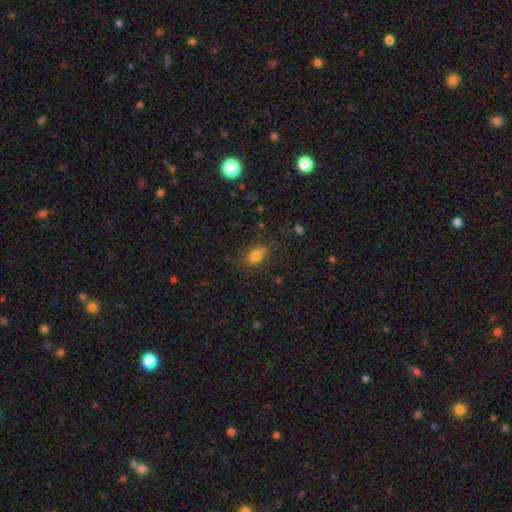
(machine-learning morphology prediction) A smooth galaxy with no disk features (79%) that is in between round and cigar-shaped (65%).

Vote fractions:
- Smooth or featured? smooth: 79% / star or artifact: 13% / featured or disk: 8%
- How rounded? in between: 65% / round: 33% / cigar-shaped: 2%
- Merging? none: 70% / minor disturbance: 20% / major disturbance: 7% / merger: 4%